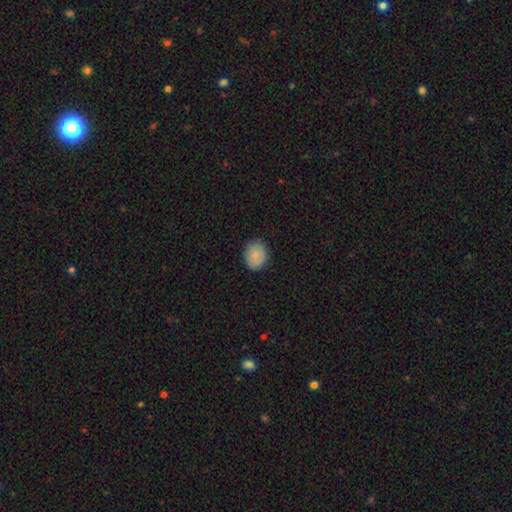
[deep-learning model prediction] This is clearly a smooth galaxy (86%). How rounded: possibly round (57%). Merging: clearly none (86%).